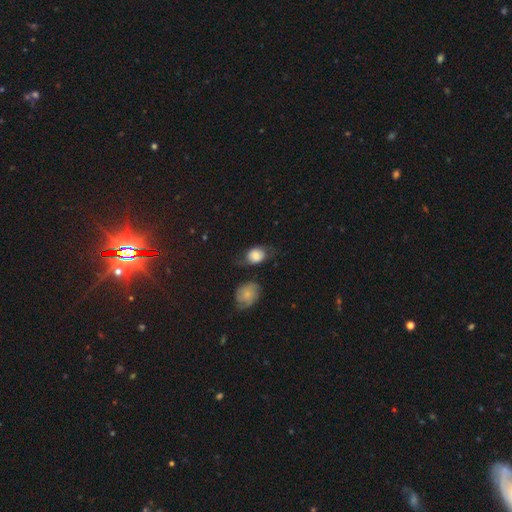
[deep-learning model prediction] Morphology: type=smooth (72%); roundness=in between (60%); merging=none (51%).